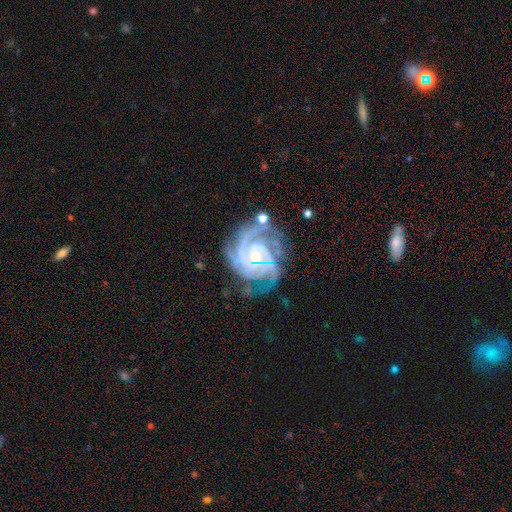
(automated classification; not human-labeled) Overall: featured or disk (90%). Edge-on disk: no (98%). Bar: no (58%; weak 29%). Spiral arms: yes (98%). Spiral arm count: 3 (33%; 4 26%). Spiral winding: tight (78%). Bulge size: small (63%; moderate 29%). Merging: none (66%).